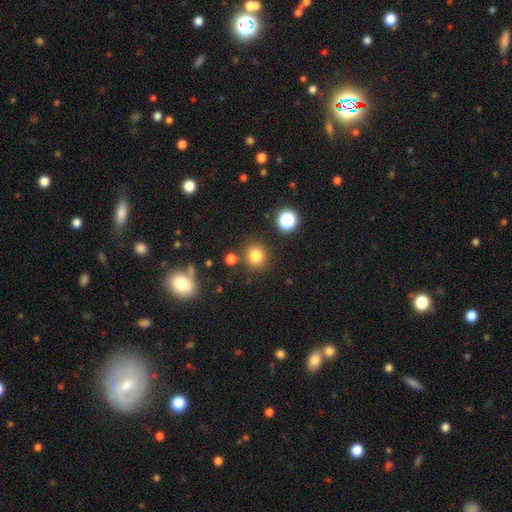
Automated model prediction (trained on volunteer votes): This appears to be a smooth galaxy with no disk features (80%) that is round (89%). Merging: none (84%).